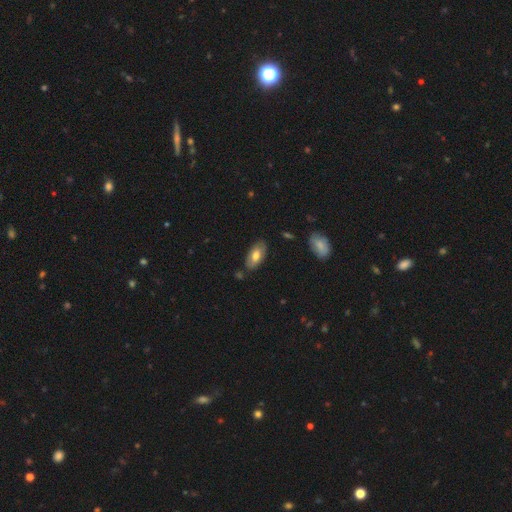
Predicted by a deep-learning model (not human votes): A smooth galaxy with no disk features (66%) that is in between round and cigar-shaped (92%). Merging: none (78%).